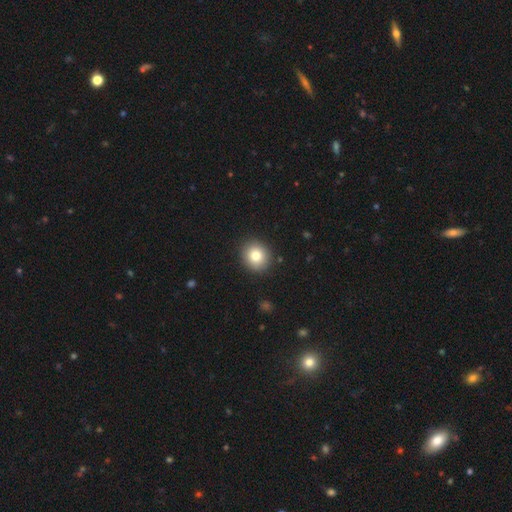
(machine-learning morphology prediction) The model was most divided on "smooth or featured": smooth: 80%, star or artifact: 10%, featured or disk: 10%. More confident: merging — none (90%); how rounded — round (85%).